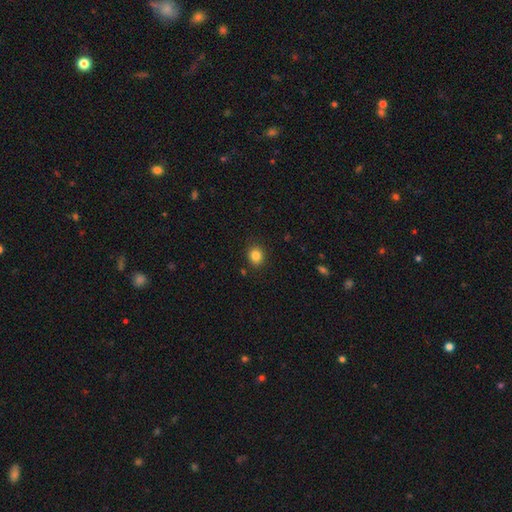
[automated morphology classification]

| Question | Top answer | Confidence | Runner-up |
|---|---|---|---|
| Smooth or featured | smooth | 84% | star or artifact (11%) |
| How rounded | round | 72% | in between (27%) |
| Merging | none | 89% | minor disturbance (8%) |